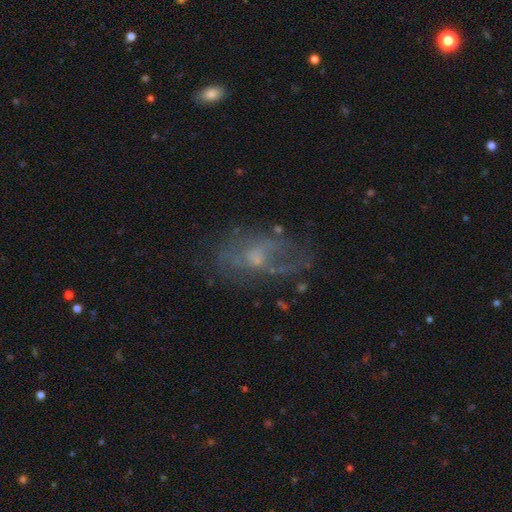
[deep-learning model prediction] Morphology: type=featured or disk (60%); edge-on=no (94%); bar=no (74%); spiral arms=no (56%); bulge=small (48%); merging=none (50%).